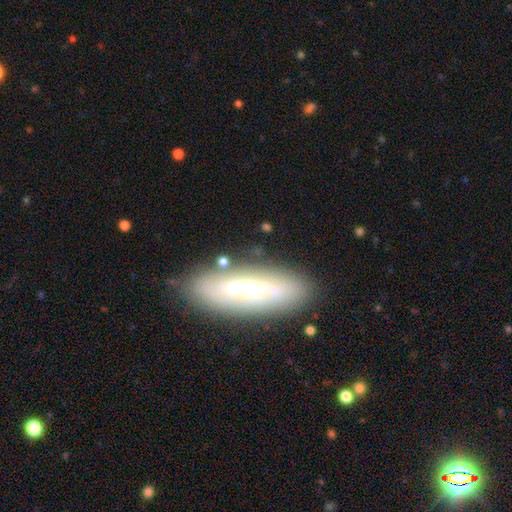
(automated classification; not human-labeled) featured or disk 50%, smooth 41%, star or artifact 9%. Down the decision tree: edge-on disk — no (57%); merging — none (82%).